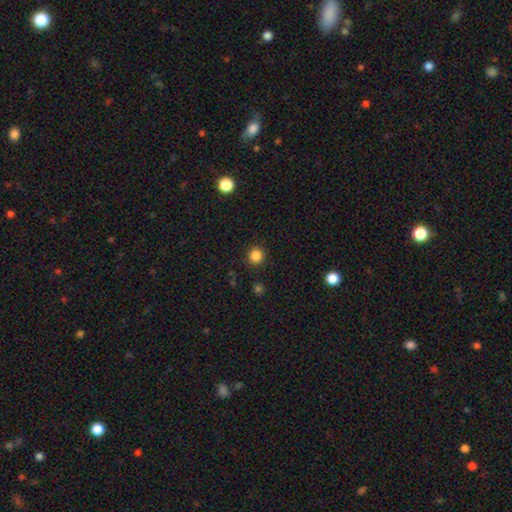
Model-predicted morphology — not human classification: Smooth or featured?
  - smooth: 85% *
  - star or artifact: 12%
  - featured or disk: 3%
How rounded?
  - round: 93% *
  - in between: 6%
  - cigar-shaped: 1%
Merging?
  - none: 91% *
  - minor disturbance: 6%
  - major disturbance: 2%
  - merger: 1%